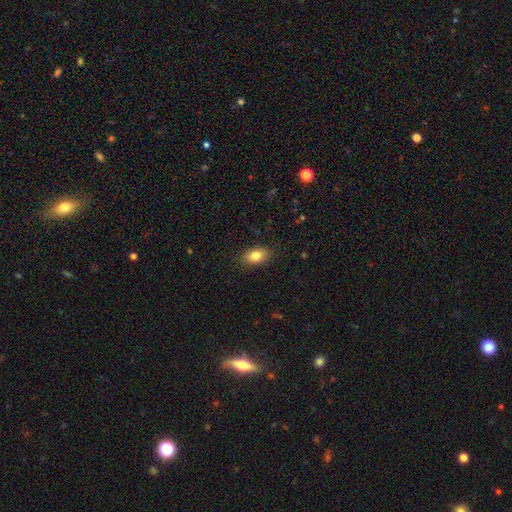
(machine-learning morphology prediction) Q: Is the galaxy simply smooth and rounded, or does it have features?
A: smooth — 83%.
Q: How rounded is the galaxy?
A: in between — 90%.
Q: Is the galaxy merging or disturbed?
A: none — 87%.